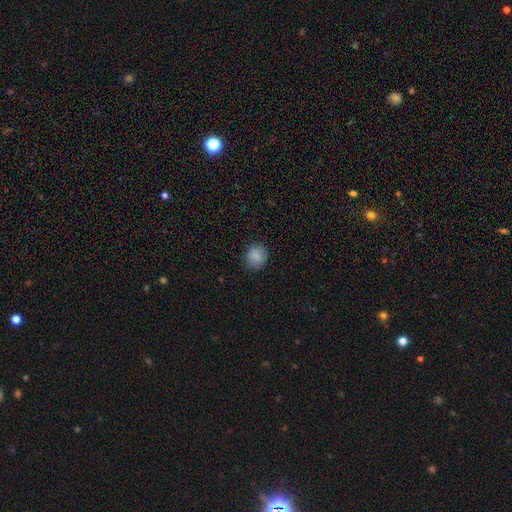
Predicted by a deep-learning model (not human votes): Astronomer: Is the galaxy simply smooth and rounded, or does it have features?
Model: smooth — 87%.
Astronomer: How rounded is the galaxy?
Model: round — 84%.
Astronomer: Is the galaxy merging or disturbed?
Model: none — 85%.